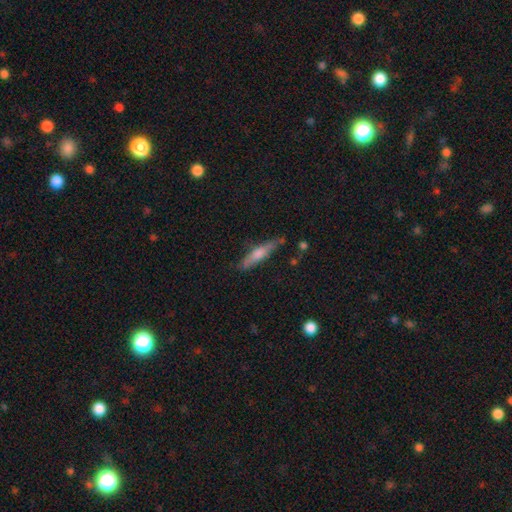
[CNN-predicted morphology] Overall: smooth (47%; featured or disk 46%). Merging: none (79%).